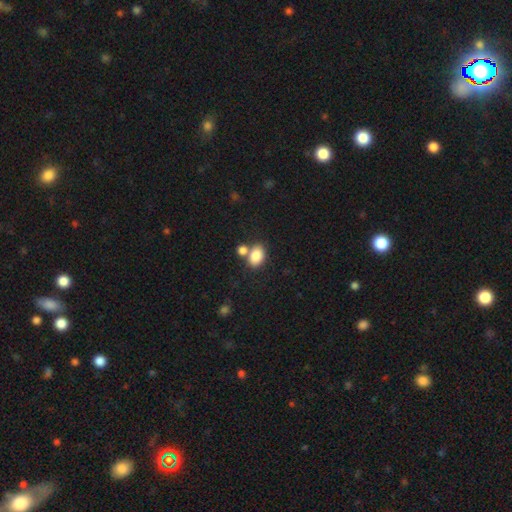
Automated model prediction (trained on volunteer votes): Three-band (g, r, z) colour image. It shows a smooth galaxy with no disk features (85%) that is in between round and cigar-shaped (80%). Merging: none (53%).